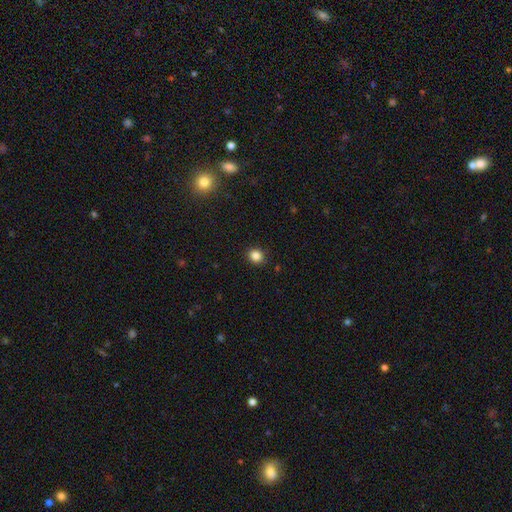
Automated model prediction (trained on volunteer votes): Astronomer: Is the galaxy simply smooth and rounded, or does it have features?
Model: smooth — 84%.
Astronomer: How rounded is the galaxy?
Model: round — 82%.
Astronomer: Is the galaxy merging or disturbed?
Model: none — 91%.